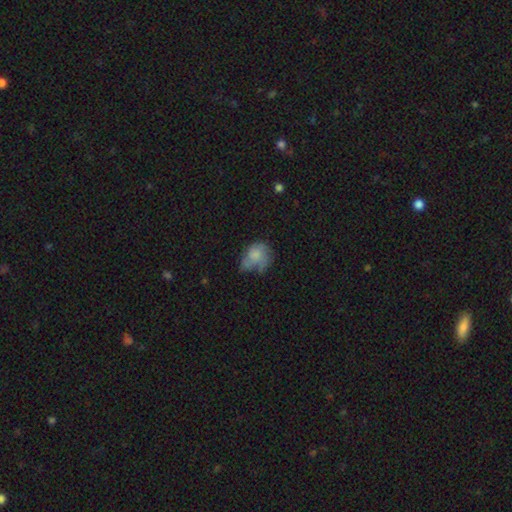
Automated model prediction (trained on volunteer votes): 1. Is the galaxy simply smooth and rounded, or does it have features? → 67% smooth, 24% featured or disk, 9% star or artifact.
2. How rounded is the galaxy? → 56% in between, 43% round, 1% cigar-shaped.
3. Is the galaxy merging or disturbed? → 37% minor disturbance, 30% none, 27% major disturbance, 6% merger.